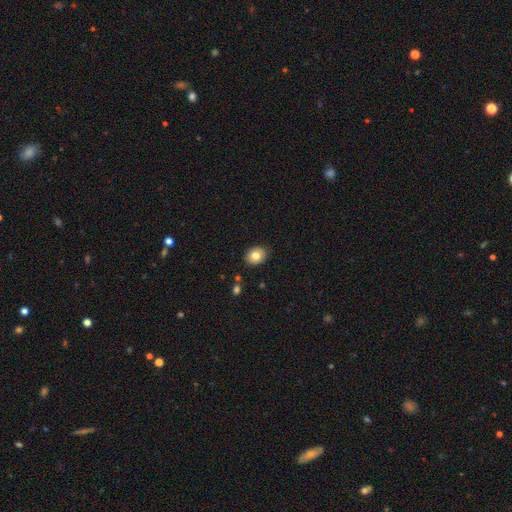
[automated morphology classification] smooth 79%, featured or disk 12%, star or artifact 9%. Down the decision tree: how rounded — in between (50%); merging — none (88%).